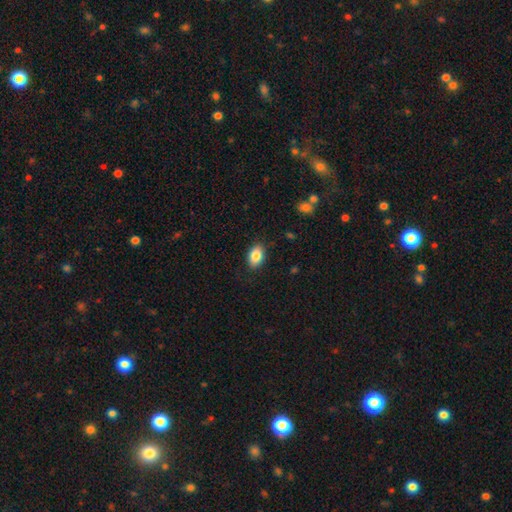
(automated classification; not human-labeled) Smooth or featured: smooth — 85% (star or artifact — 8%)
How rounded: in between — 88% (round — 11%)
Merging: none — 86% (minor disturbance — 11%)